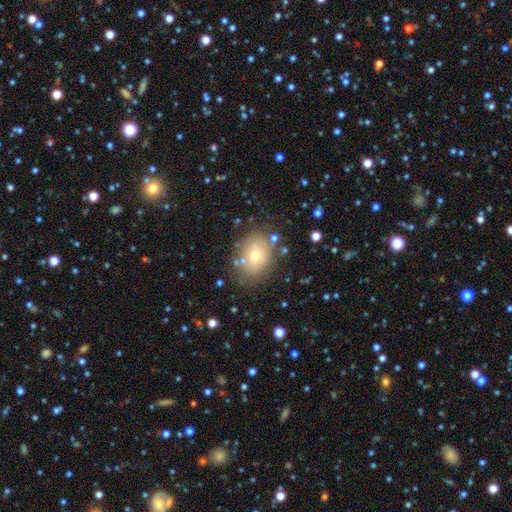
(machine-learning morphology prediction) Q: Smooth or featured?
A: smooth (61%); runner-up: featured or disk (24%)
Q: How rounded?
A: in between (57%); runner-up: round (42%)
Q: Merging?
A: none (77%); runner-up: minor disturbance (14%)